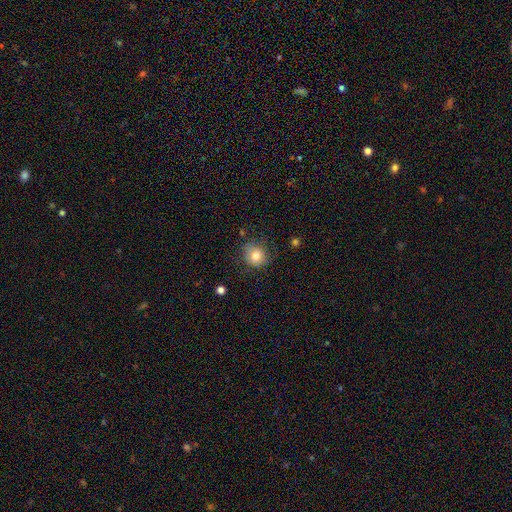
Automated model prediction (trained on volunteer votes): Q: Smooth or featured?
A: smooth (80%); runner-up: featured or disk (10%)
Q: How rounded?
A: round (79%); runner-up: in between (20%)
Q: Merging?
A: none (74%); runner-up: minor disturbance (19%)